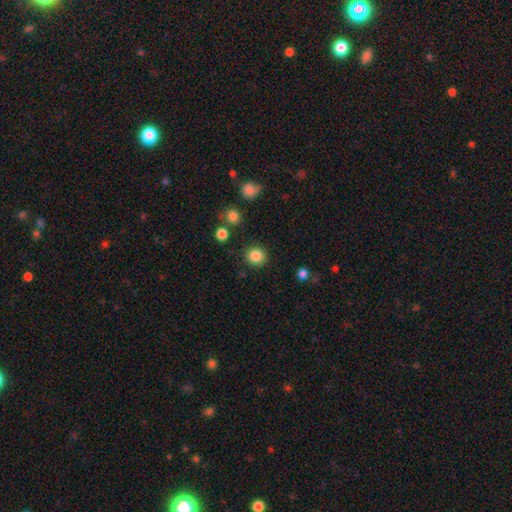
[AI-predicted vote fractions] This is clearly a smooth galaxy (85%). How rounded: clearly round (86%). Merging: clearly none (88%).